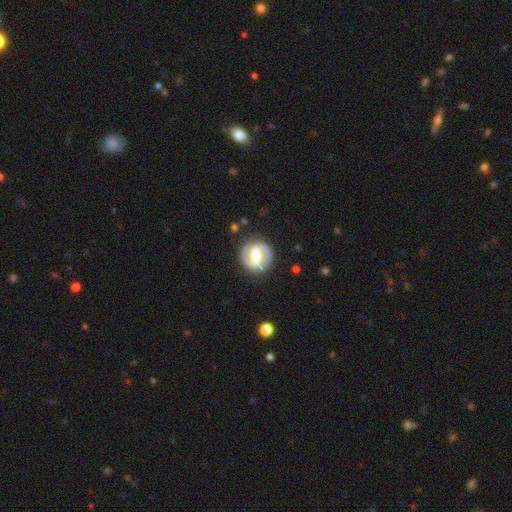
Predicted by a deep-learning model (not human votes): Smooth or featured? Predicted: featured or disk (p=0.84). Edge-on disk? Predicted: no (p=0.98). Bar? Predicted: strong (p=0.55). Spiral arms? Predicted: yes (p=0.92). Spiral winding? Predicted: medium (p=0.47). Spiral arm count? Predicted: 2 (p=0.91). Bulge size? Predicted: moderate (p=0.52). Merging? Predicted: none (p=0.84).